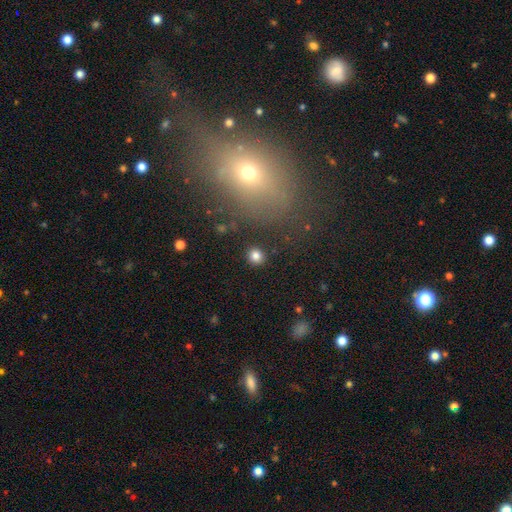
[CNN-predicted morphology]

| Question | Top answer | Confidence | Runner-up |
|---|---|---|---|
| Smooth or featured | smooth | 82% | star or artifact (12%) |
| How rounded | round | 89% | in between (10%) |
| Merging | none | 90% | minor disturbance (6%) |